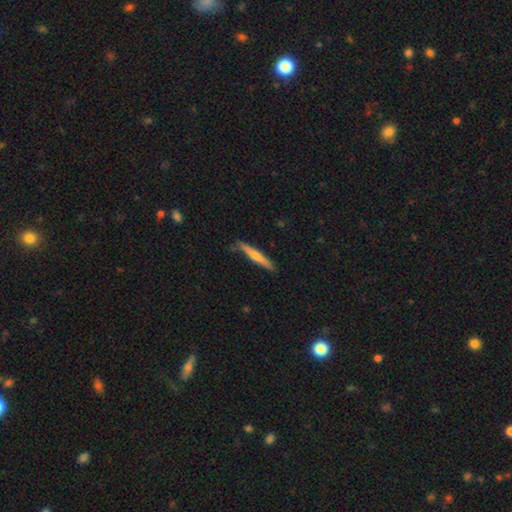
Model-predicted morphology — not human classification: A smooth galaxy with no disk features (59%) that is cigar-shaped (94%).

Vote fractions:
- Smooth or featured? smooth: 59% / featured or disk: 36% / star or artifact: 5%
- How rounded? cigar-shaped: 94% / in between: 4% / round: 1%
- Merging? none: 81% / minor disturbance: 14% / major disturbance: 2% / merger: 2%